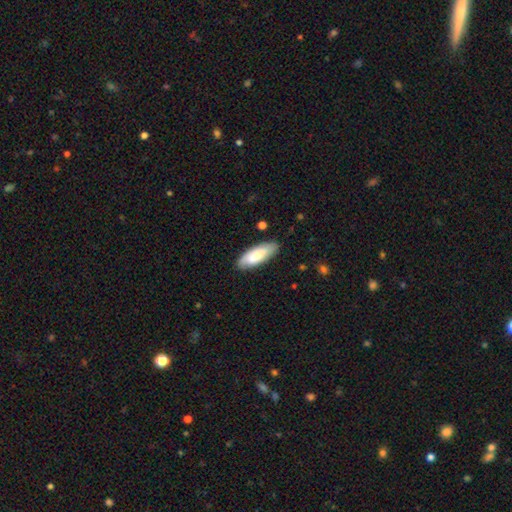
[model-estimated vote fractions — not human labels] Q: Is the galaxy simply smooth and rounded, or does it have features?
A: smooth — 78%.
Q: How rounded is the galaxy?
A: in between — 72%.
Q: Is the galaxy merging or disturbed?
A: none — 84%.